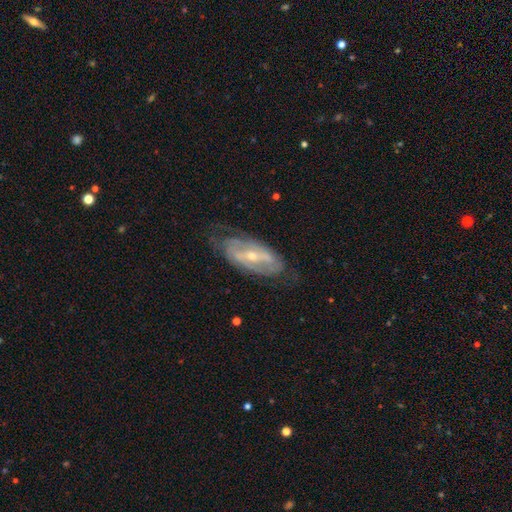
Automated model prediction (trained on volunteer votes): Morphology: type=featured or disk (77%); edge-on=no (85%); bar=strong (40%); spiral arms=yes (73%); bulge=small (59%); merging=none (71%).